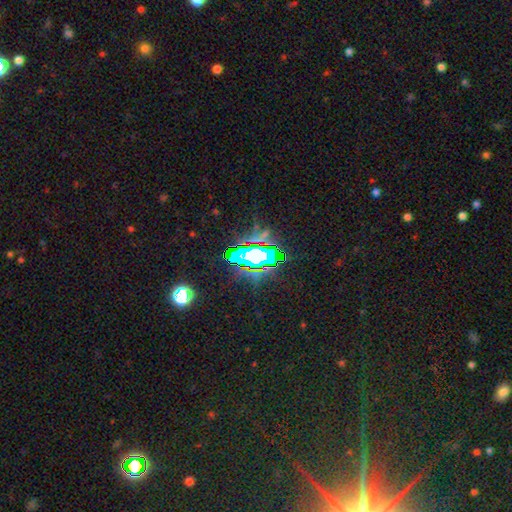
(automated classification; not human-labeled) star or artifact 69%, smooth 16%, featured or disk 15%.